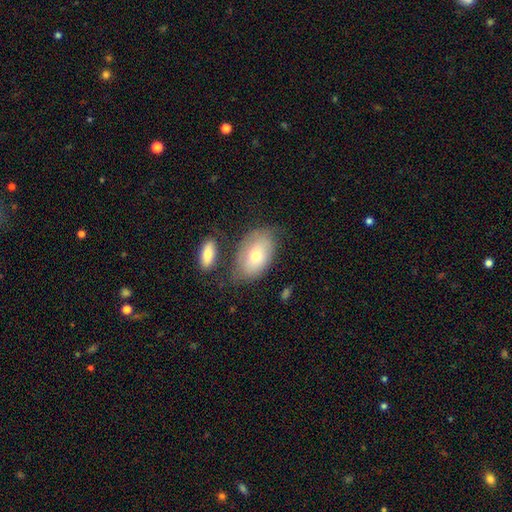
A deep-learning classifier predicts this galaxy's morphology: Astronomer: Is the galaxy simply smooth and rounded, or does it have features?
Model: smooth — 67%.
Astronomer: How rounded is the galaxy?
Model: in between — 90%.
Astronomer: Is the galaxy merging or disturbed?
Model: none — 58%.